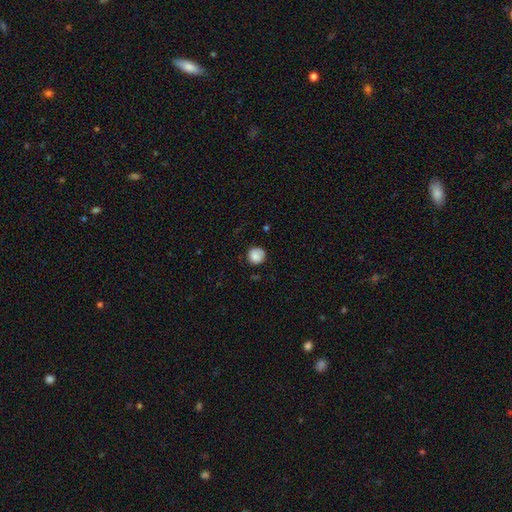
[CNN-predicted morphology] This appears to be a smooth galaxy with no disk features (81%) that is round (90%). Merging: none (74%).